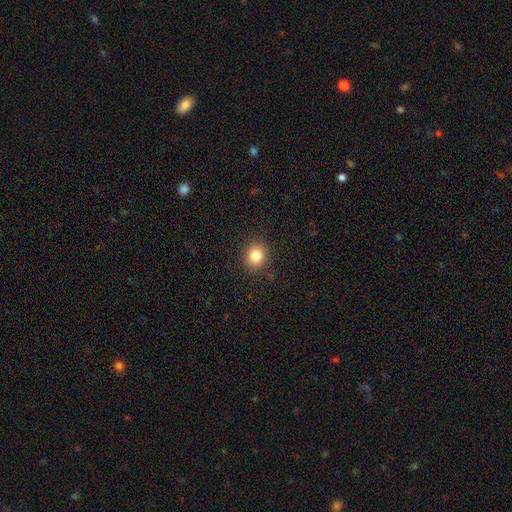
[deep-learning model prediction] This appears to be a smooth galaxy with no disk features (82%) that is round (72%). Merging: none (89%).